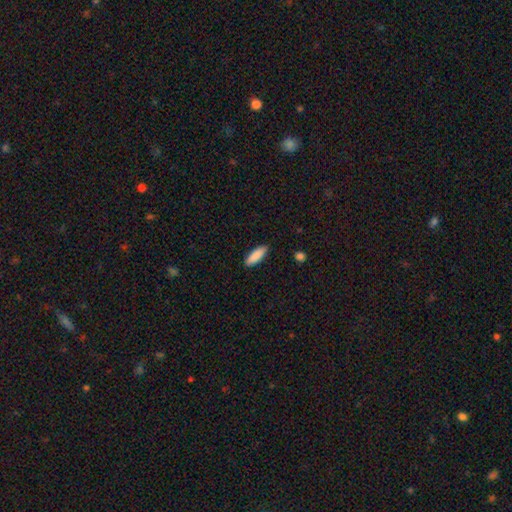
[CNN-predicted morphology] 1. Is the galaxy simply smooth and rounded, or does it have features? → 90% smooth, 6% star or artifact, 5% featured or disk.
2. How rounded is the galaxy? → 59% in between, 40% cigar-shaped, 2% round.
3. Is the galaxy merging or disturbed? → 89% none, 8% minor disturbance, 2% major disturbance, 1% merger.